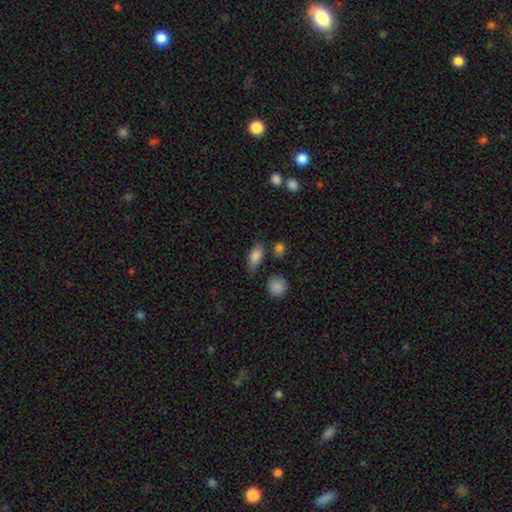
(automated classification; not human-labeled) Smooth or featured? Predicted: smooth (p=0.80). How rounded? Predicted: in between (p=0.82). Merging? Predicted: none (p=0.71).